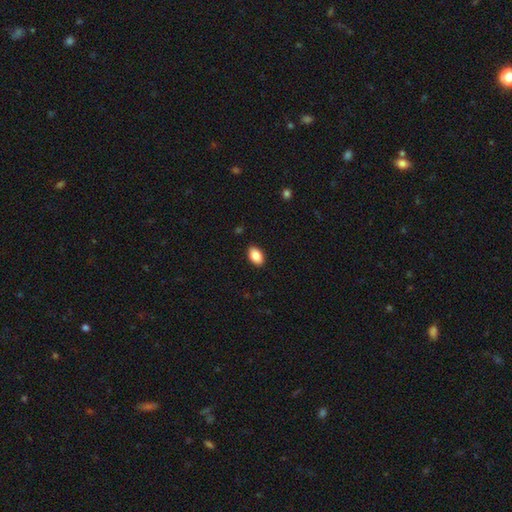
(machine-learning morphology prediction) Smooth or featured?
  - smooth: 87% *
  - star or artifact: 8%
  - featured or disk: 5%
How rounded?
  - in between: 91% *
  - round: 8%
  - cigar-shaped: 1%
Merging?
  - none: 89% *
  - minor disturbance: 8%
  - major disturbance: 2%
  - merger: 1%